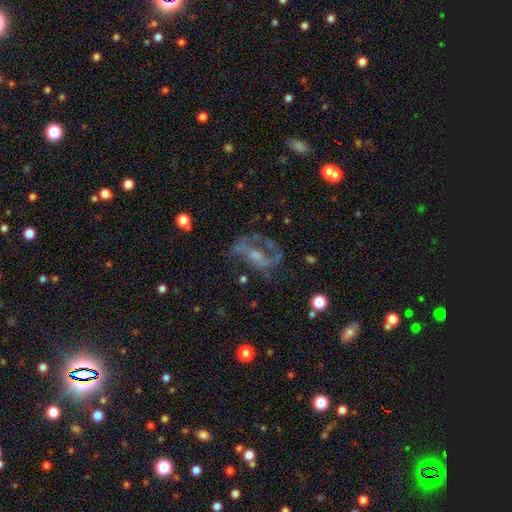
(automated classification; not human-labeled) Smooth or featured? featured or disk (70%)
Edge-on disk? no (95%)
Bar? no (55%)
Spiral arms? yes (64%)
Bulge size? small (41%)
Merging? none (45%)